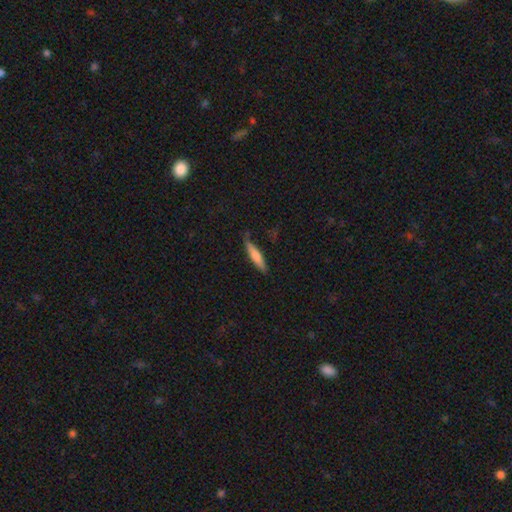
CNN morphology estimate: smooth_or_featured: smooth (p=0.70) [alt: featured or disk p=0.25]
how_rounded: cigar-shaped (p=0.87) [alt: in between p=0.11]
merging: none (p=0.75) [alt: minor disturbance p=0.19]